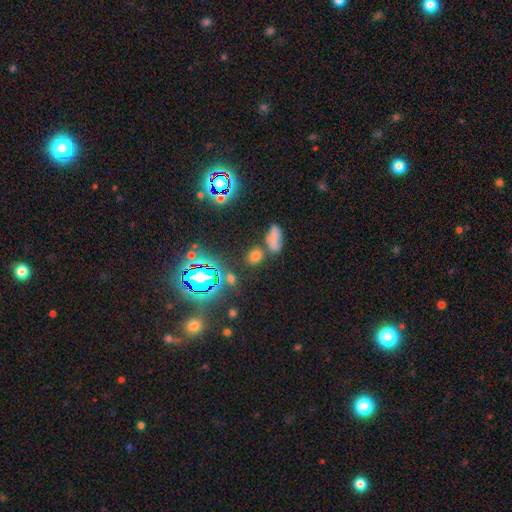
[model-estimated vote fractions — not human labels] A smooth galaxy with no disk features (63%) that is in between round and cigar-shaped (54%).

Vote fractions:
- Smooth or featured? smooth: 63% / star or artifact: 29% / featured or disk: 9%
- How rounded? in between: 54% / round: 40% / cigar-shaped: 6%
- Merging? none: 66% / merger: 17% / minor disturbance: 11% / major disturbance: 5%